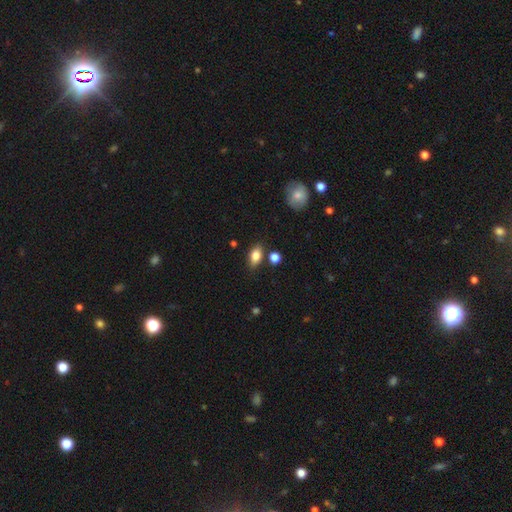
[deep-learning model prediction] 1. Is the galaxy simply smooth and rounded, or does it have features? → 81% smooth, 10% featured or disk, 8% star or artifact.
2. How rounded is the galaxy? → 86% in between, 9% round, 5% cigar-shaped.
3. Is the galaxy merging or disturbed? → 78% none, 13% minor disturbance, 5% merger, 3% major disturbance.